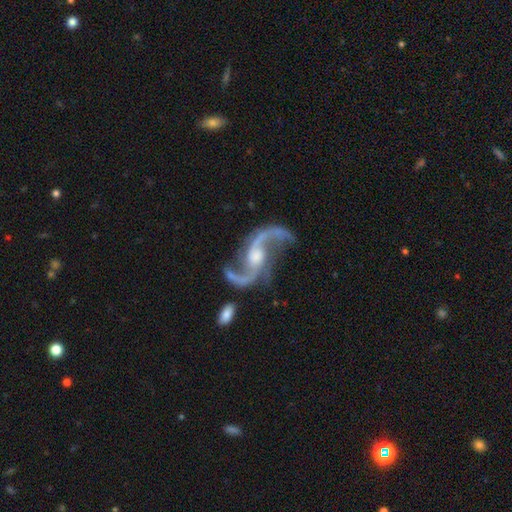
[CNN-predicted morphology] Smooth or featured?
  - featured or disk: 93% *
  - star or artifact: 4%
  - smooth: 2%
Edge-on disk?
  - no: 97% *
  - yes: 3%
Bar?
  - no: 47% *
  - weak: 37%
  - strong: 16%
Spiral arms?
  - yes: 98% *
  - no: 2%
Spiral winding?
  - loose: 69% *
  - medium: 27%
  - tight: 5%
Spiral arm count?
  - 2: 92% *
  - 3: 2%
  - can't tell: 2%
  - 1: 1%
  - 4: 1%
  - more than 4: 1%
Bulge size?
  - moderate: 56% *
  - small: 27%
  - large: 11%
  - none: 5%
  - dominant: 2%
Merging?
  - none: 68% *
  - minor disturbance: 16%
  - major disturbance: 11%
  - merger: 6%